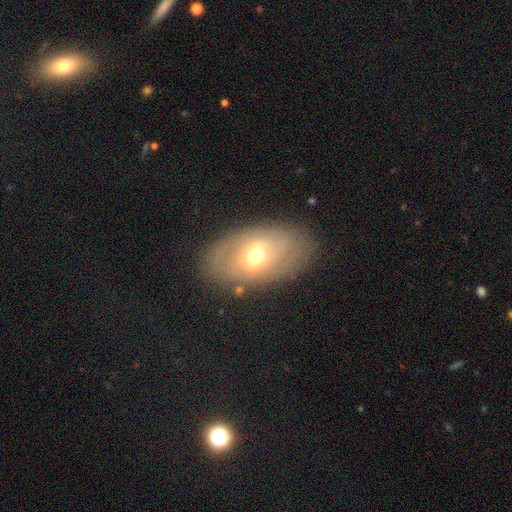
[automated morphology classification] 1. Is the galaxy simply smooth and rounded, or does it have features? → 56% featured or disk, 35% smooth, 8% star or artifact.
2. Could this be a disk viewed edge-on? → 89% no, 11% yes.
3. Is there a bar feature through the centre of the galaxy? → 48% weak, 31% no, 21% strong.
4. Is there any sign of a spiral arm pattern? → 59% no, 41% yes.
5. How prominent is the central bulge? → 67% moderate, 24% small, 7% large, 1% dominant, 1% none.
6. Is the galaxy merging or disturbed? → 80% none, 13% minor disturbance, 5% major disturbance, 2% merger.